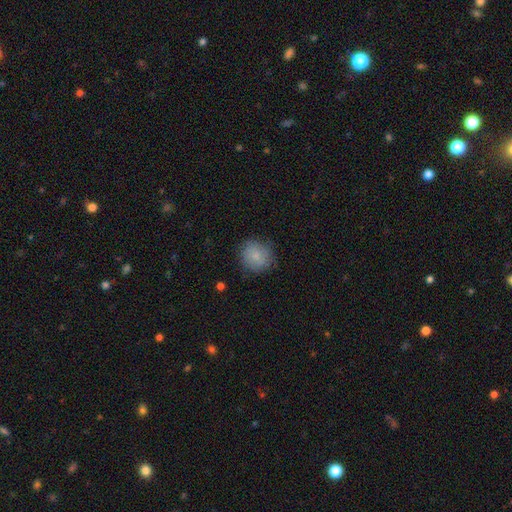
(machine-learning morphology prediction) Smooth or featured: smooth — 80% (featured or disk — 12%)
How rounded: round — 88% (in between — 11%)
Merging: none — 80% (minor disturbance — 15%)